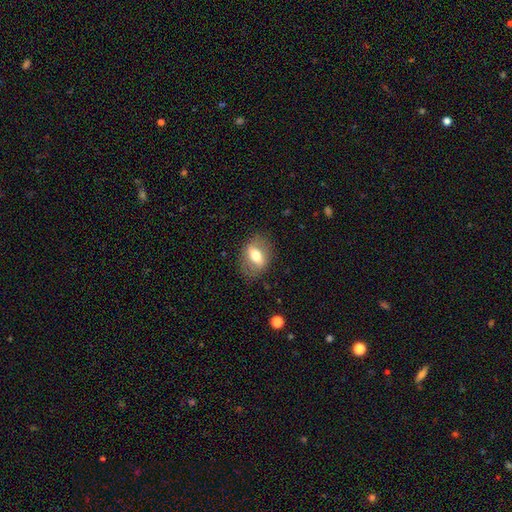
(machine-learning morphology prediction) Q: Smooth or featured?
A: smooth (49%); runner-up: featured or disk (43%)
Q: Merging?
A: none (80%); runner-up: minor disturbance (14%)